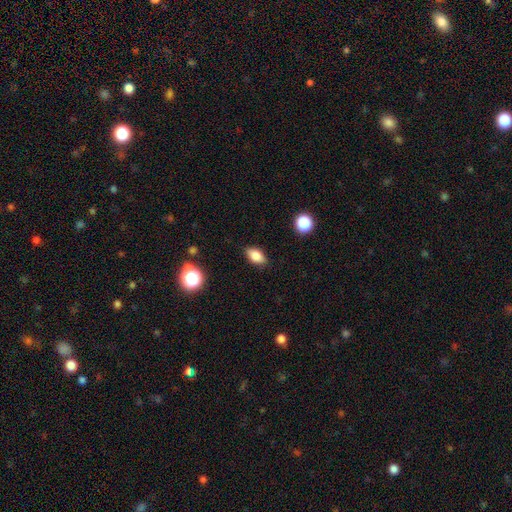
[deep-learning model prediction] Smooth or featured: smooth — 81% (featured or disk — 9%)
How rounded: in between — 87% (round — 9%)
Merging: none — 87% (minor disturbance — 10%)